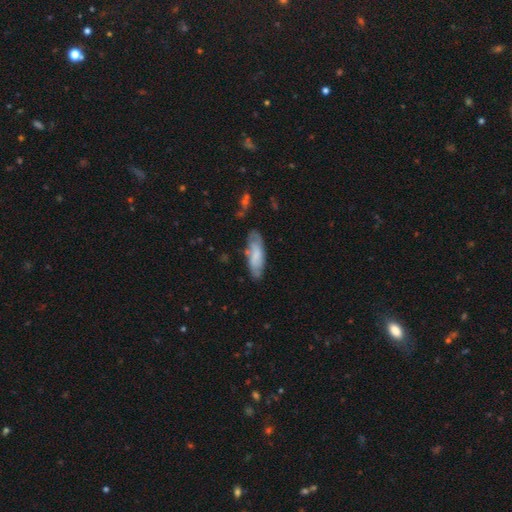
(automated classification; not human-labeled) Smooth or featured? Predicted: smooth (p=0.65). How rounded? Predicted: in between (p=0.62). Merging? Predicted: none (p=0.66).